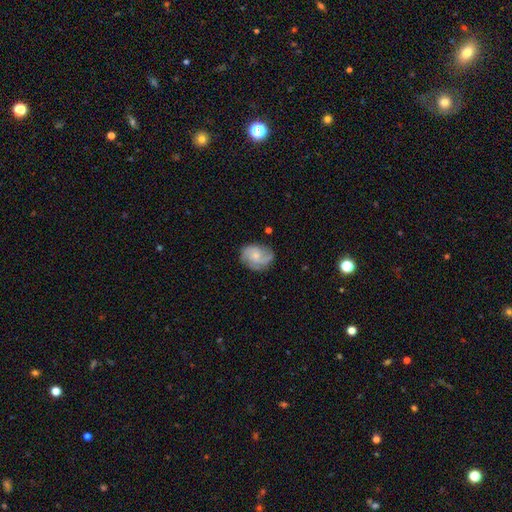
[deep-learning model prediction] Morphology: type=featured or disk (70%); edge-on=no (98%); bar=no (70%); spiral arms=yes (94%); winding=medium (48%); arm count=2 (50%); bulge=small (58%); merging=none (71%).